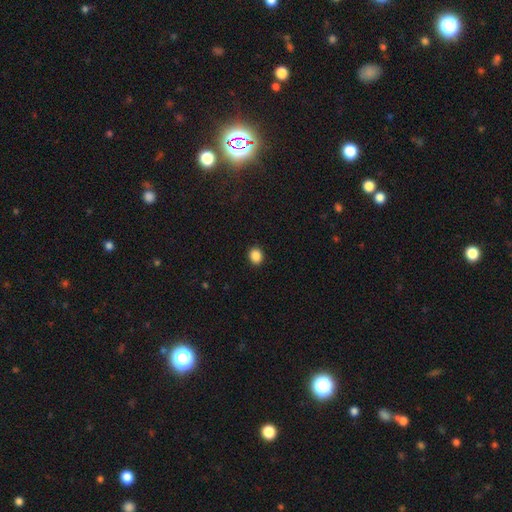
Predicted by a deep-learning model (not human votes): A smooth galaxy with no disk features (88%) that is round (63%).

Vote fractions:
- Smooth or featured? smooth: 88% / star or artifact: 9% / featured or disk: 3%
- How rounded? round: 63% / in between: 36% / cigar-shaped: 1%
- Merging? none: 91% / minor disturbance: 6% / major disturbance: 2% / merger: 1%